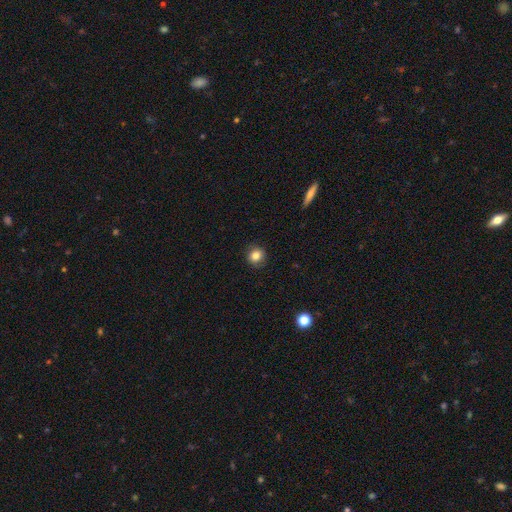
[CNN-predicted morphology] This appears to be a smooth galaxy with no disk features (84%) that is round (88%). Merging: none (90%).